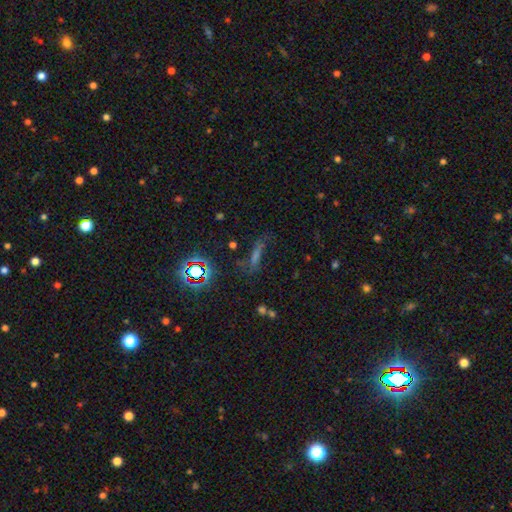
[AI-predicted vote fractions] Morphology: type=star or artifact (40%).